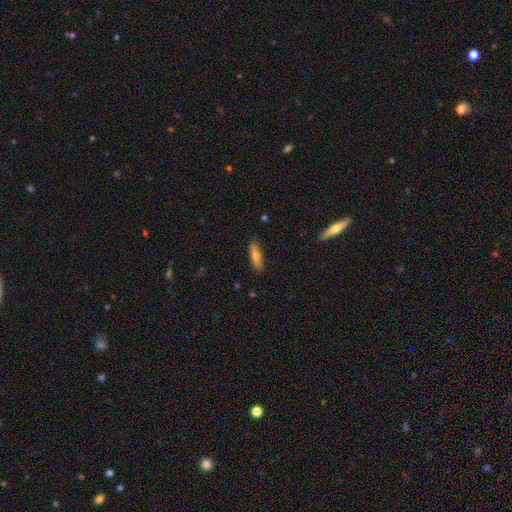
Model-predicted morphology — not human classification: This is likely a smooth galaxy (64%). How rounded: likely cigar-shaped (66%). Merging: clearly none (88%).